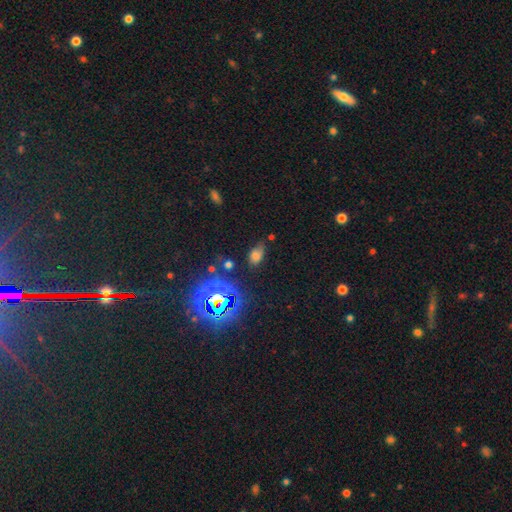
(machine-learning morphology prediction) Overall: smooth (61%; star or artifact 30%). How rounded: in between (86%). Merging: none (59%; minor disturbance 27%).